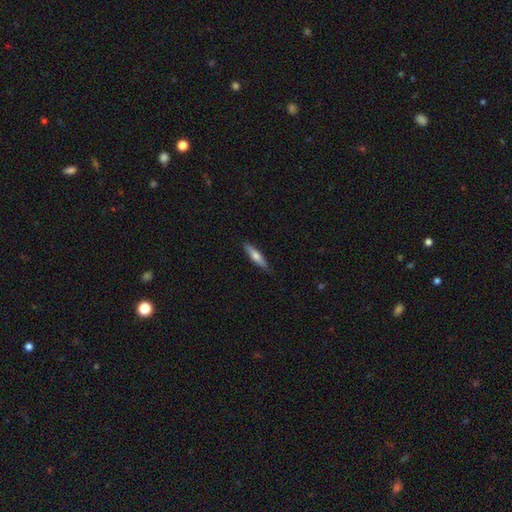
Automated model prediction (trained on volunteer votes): smooth_or_featured: smooth (p=0.63) [alt: featured or disk p=0.32]
how_rounded: cigar-shaped (p=0.80) [alt: in between p=0.18]
merging: none (p=0.86) [alt: minor disturbance p=0.11]